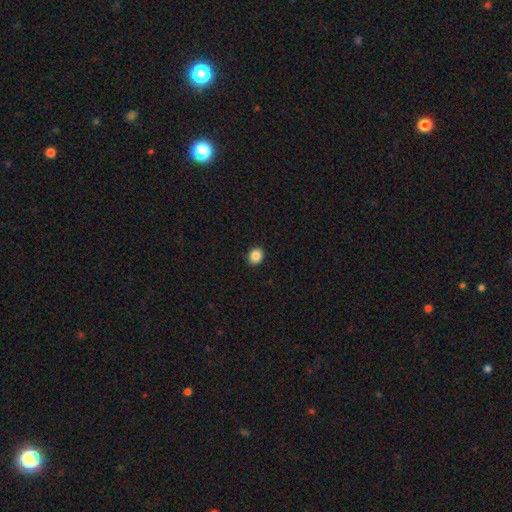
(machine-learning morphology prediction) Smooth or featured: smooth — 87% (star or artifact — 9%)
How rounded: round — 68% (in between — 31%)
Merging: none — 92% (minor disturbance — 5%)